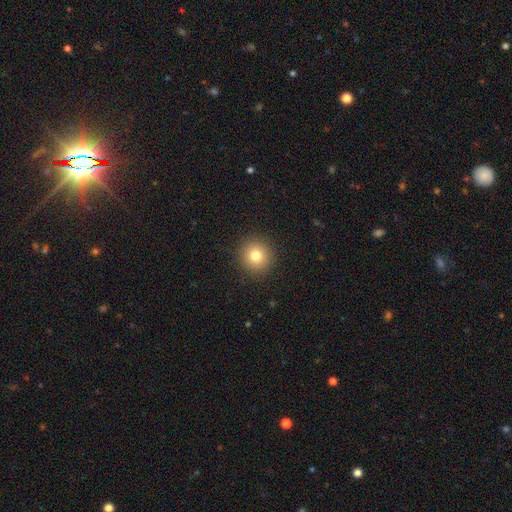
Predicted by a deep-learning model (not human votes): smooth 79%, star or artifact 12%, featured or disk 9%. Down the decision tree: how rounded — round (93%); merging — none (92%).